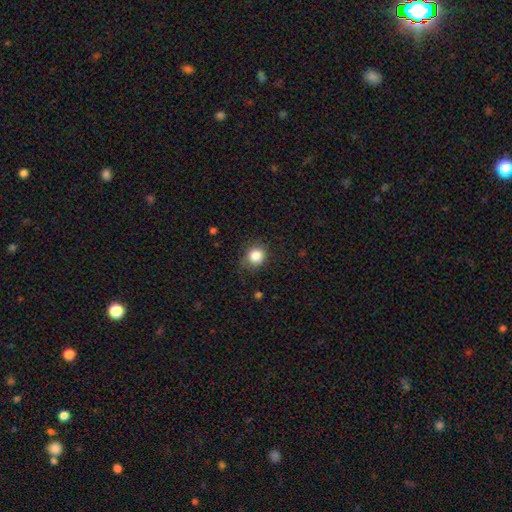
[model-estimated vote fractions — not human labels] A smooth galaxy with no disk features (84%) that is round (83%).

Vote fractions:
- Smooth or featured? smooth: 84% / star or artifact: 11% / featured or disk: 5%
- How rounded? round: 83% / in between: 16% / cigar-shaped: 1%
- Merging? none: 75% / minor disturbance: 19% / major disturbance: 5% / merger: 1%